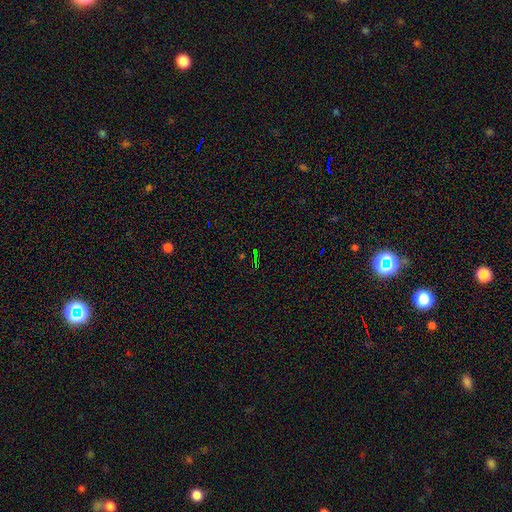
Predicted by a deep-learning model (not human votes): This is likely a star or artifact rather than a galaxy (76%).